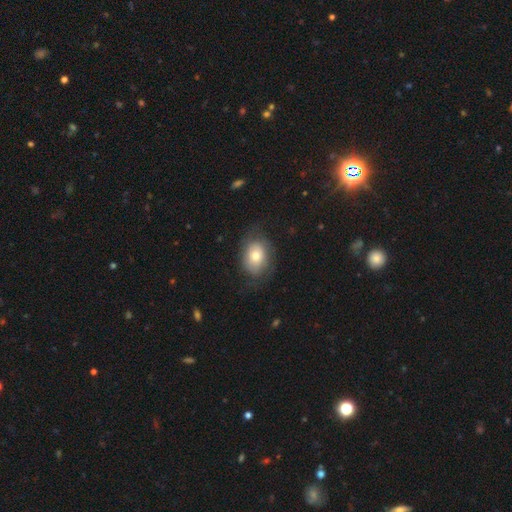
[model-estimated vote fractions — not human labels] Smooth or featured? smooth (61%)
How rounded? in between (65%)
Merging? none (66%)